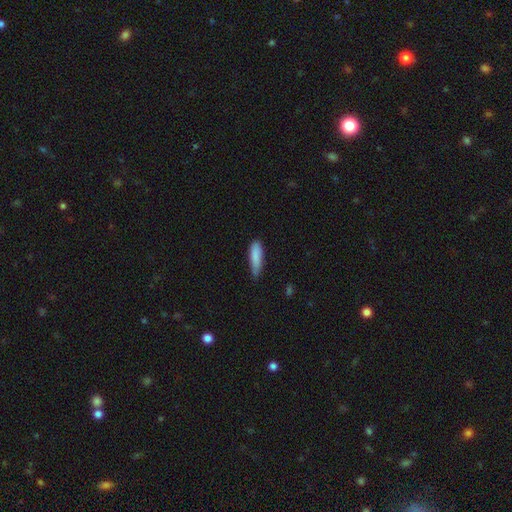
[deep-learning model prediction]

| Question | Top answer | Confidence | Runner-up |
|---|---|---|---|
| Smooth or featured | smooth | 86% | featured or disk (8%) |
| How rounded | cigar-shaped | 55% | in between (43%) |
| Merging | none | 62% | minor disturbance (32%) |